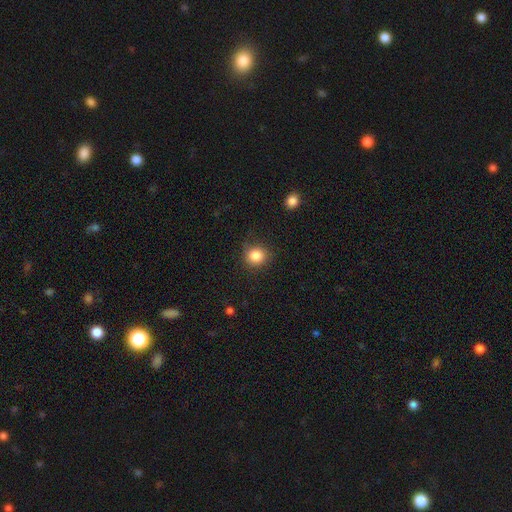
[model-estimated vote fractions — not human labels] A smooth galaxy with no disk features (85%) that is round (85%). Merging: none (83%).